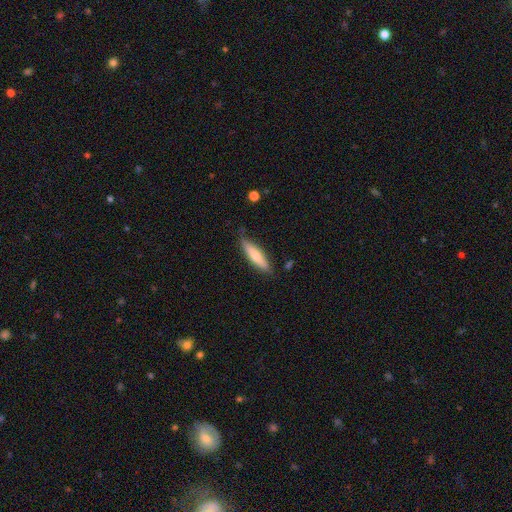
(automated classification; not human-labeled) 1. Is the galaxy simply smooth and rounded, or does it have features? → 69% smooth, 25% featured or disk, 6% star or artifact.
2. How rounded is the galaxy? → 75% cigar-shaped, 23% in between, 1% round.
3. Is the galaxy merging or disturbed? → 80% none, 15% minor disturbance, 3% major disturbance, 2% merger.